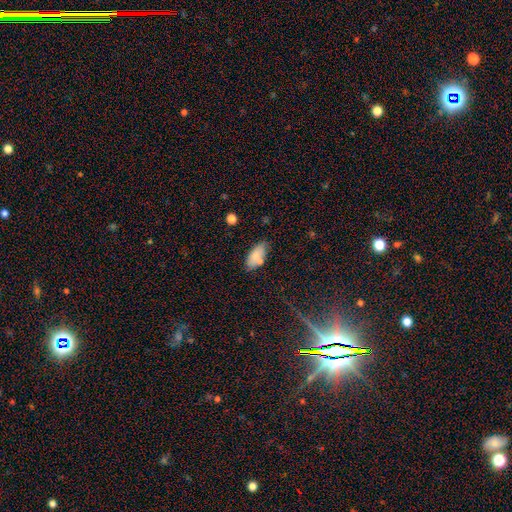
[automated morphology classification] This appears to be a smooth galaxy with no disk features (77%) that is in between round and cigar-shaped (87%). Merging: none (69%).